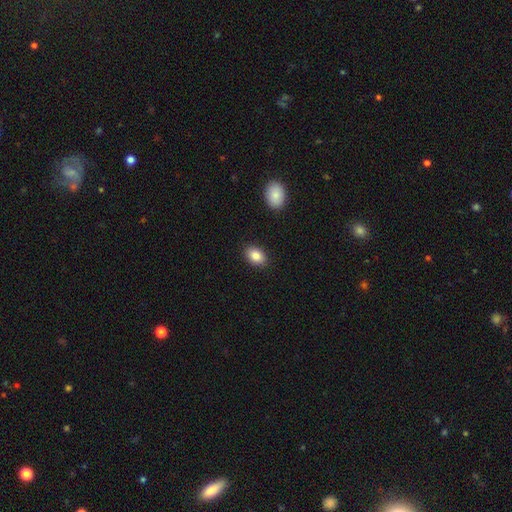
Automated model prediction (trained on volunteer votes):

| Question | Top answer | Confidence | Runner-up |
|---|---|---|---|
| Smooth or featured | smooth | 87% | star or artifact (7%) |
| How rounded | in between | 87% | round (12%) |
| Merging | none | 89% | minor disturbance (8%) |